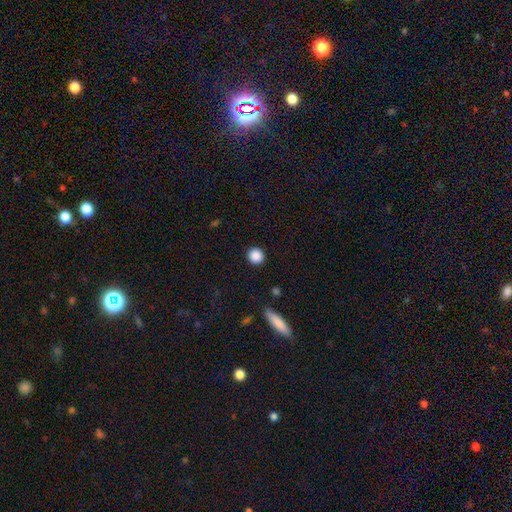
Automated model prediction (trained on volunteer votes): smooth-or-featured: smooth: 88% | star or artifact: 9% | featured or disk: 3%
  how-rounded: round: 93% | in between: 6% | cigar-shaped: 1%
  merging: none: 91% | minor disturbance: 6% | major disturbance: 2% | merger: 1%